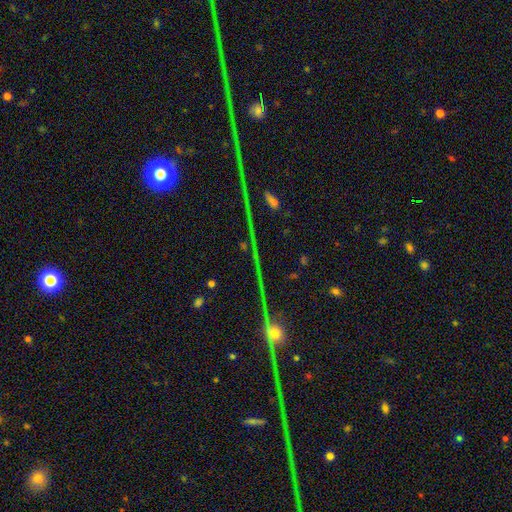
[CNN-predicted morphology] The model was most divided on "smooth or featured": star or artifact: 71%, featured or disk: 20%, smooth: 9%.